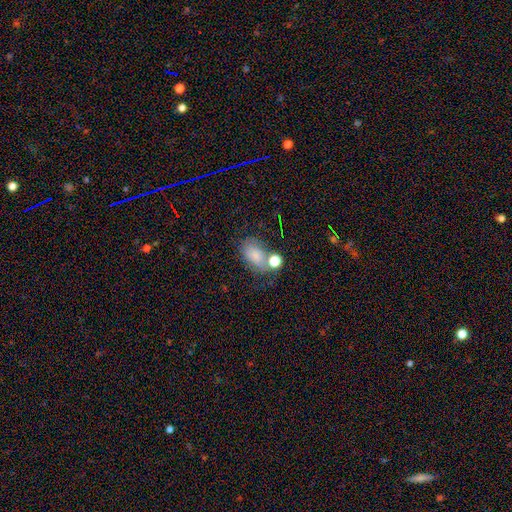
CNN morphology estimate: Smooth or featured? smooth (74%)
How rounded? in between (82%)
Merging? none (44%)